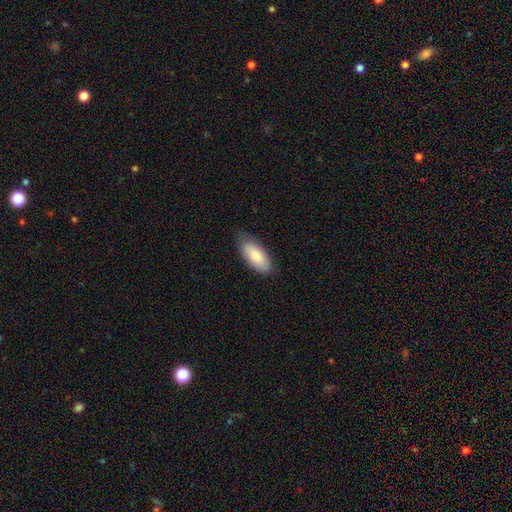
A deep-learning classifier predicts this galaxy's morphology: smooth-or-featured: smooth: 82% | featured or disk: 12% | star or artifact: 6%
  how-rounded: in between: 86% | cigar-shaped: 13% | round: 2%
  merging: none: 80% | minor disturbance: 17% | major disturbance: 3% | merger: 1%